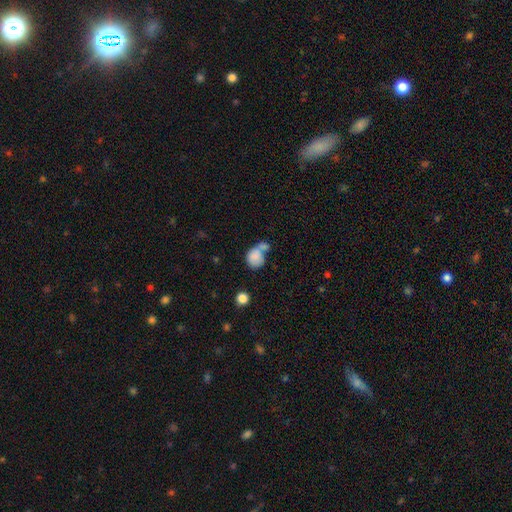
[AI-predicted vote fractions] Smooth or featured? Predicted: smooth (p=0.80). How rounded? Predicted: round (p=0.65). Merging? Predicted: merger (p=0.51).